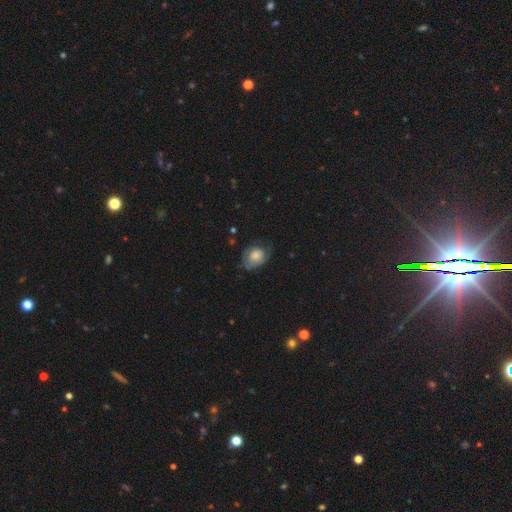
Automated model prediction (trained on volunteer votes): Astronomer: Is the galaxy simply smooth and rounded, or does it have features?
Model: smooth — 59%.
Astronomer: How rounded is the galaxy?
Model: in between — 59% (runner-up: round, 40%).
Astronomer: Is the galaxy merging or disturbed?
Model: none — 49% (runner-up: minor disturbance, 32%).